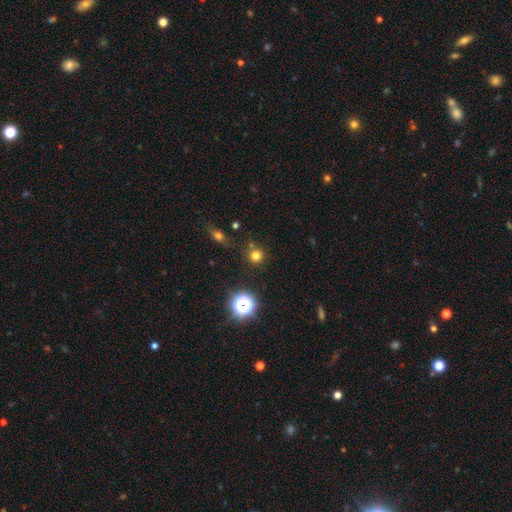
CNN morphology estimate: A smooth galaxy with no disk features (73%) that is round (93%). Merging: none (82%).